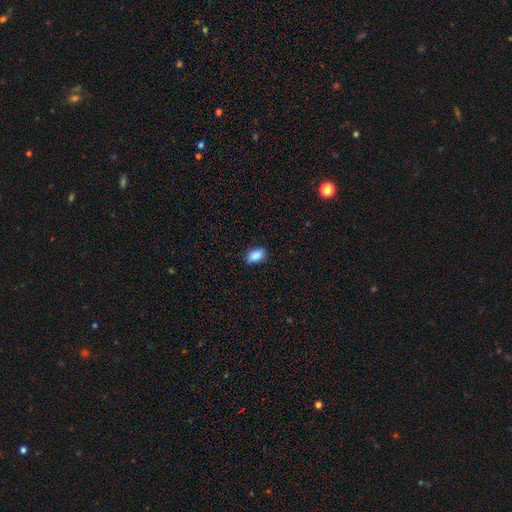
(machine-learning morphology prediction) Q: Smooth or featured?
A: smooth (87%); runner-up: star or artifact (8%)
Q: How rounded?
A: in between (90%); runner-up: round (8%)
Q: Merging?
A: none (84%); runner-up: minor disturbance (13%)